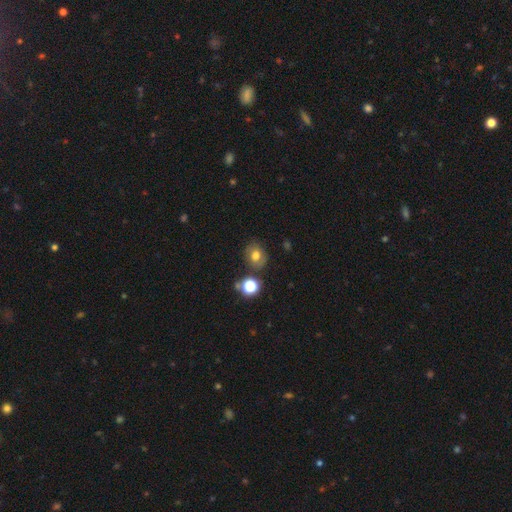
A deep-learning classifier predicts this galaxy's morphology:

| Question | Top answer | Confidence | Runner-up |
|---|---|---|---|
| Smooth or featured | smooth | 67% | featured or disk (19%) |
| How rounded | round | 60% | in between (39%) |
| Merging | none | 74% | minor disturbance (14%) |